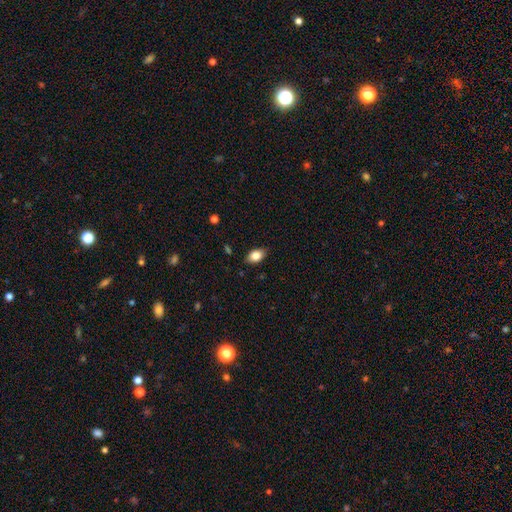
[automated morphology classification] A smooth galaxy with no disk features (84%) that is in between round and cigar-shaped (89%).

Vote fractions:
- Smooth or featured? smooth: 84% / featured or disk: 8% / star or artifact: 8%
- How rounded? in between: 89% / round: 9% / cigar-shaped: 2%
- Merging? none: 86% / minor disturbance: 11% / major disturbance: 2% / merger: 1%